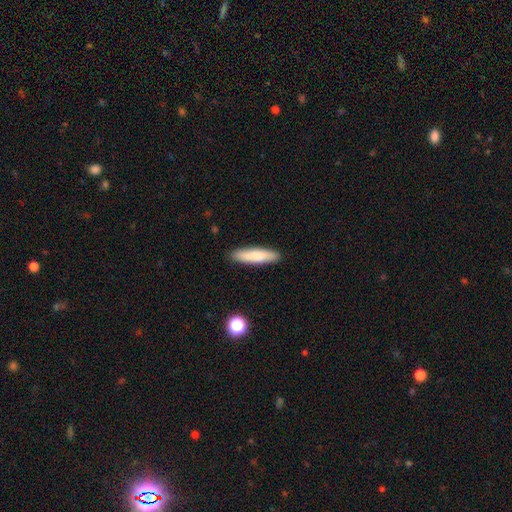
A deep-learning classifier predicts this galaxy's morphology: Overall: smooth (80%). How rounded: cigar-shaped (73%). Merging: none (89%).